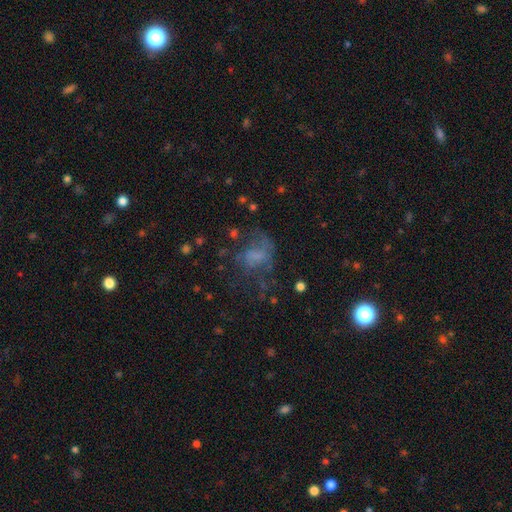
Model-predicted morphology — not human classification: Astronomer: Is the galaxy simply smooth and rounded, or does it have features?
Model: smooth — 43% (runner-up: featured or disk, 37%).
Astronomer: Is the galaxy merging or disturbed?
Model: major disturbance — 40% (runner-up: none, 36%).